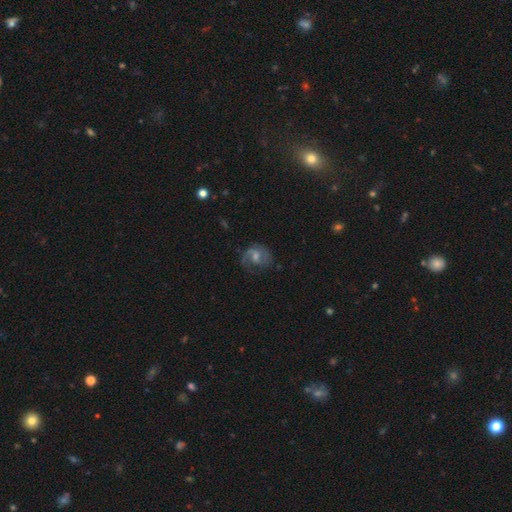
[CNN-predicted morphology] A featured or disk galaxy (71%) with a weak bar (47%), 2 (52%) medium (47%) spiral arms (90%) and a moderate central bulge (50%). Merging: none (64%).